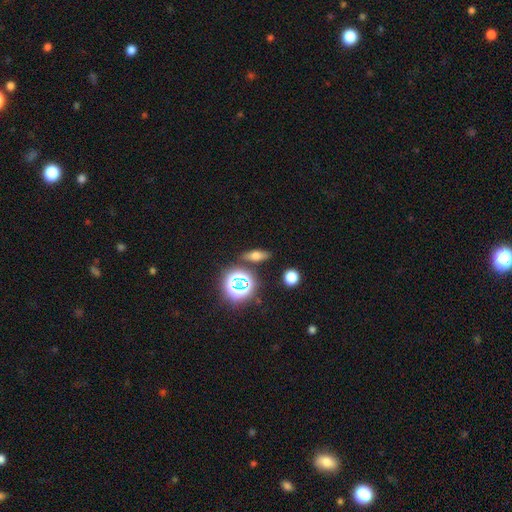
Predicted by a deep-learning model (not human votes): smooth 50%, featured or disk 26%, star or artifact 24%. Down the decision tree: merging — none (83%).